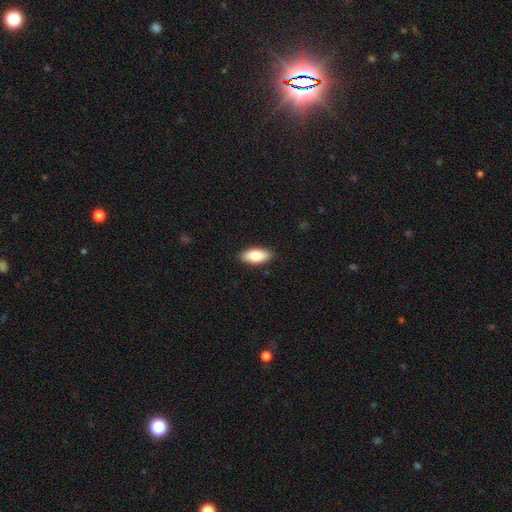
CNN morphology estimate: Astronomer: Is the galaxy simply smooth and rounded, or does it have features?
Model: smooth — 80%.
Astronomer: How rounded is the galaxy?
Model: in between — 88%.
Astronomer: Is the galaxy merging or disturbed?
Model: none — 89%.